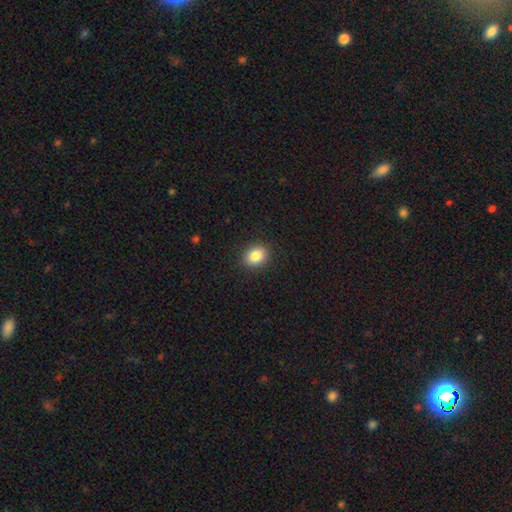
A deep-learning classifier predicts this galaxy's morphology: This is clearly a smooth galaxy (86%). How rounded: possibly in between (50%). Merging: clearly none (89%).